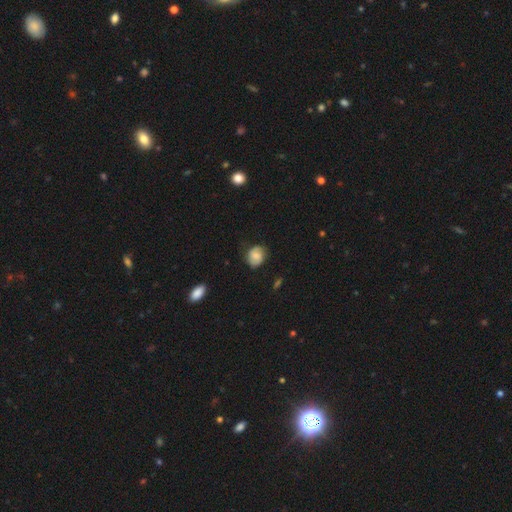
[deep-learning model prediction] This is likely a smooth galaxy (74%). How rounded: likely round (62%). Merging: likely none (72%).